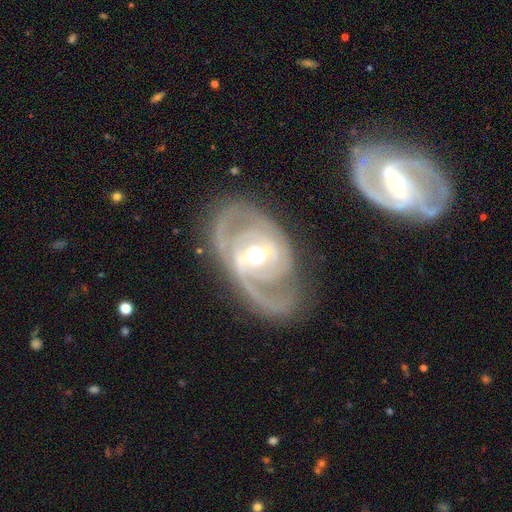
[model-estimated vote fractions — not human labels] smooth-or-featured: featured or disk: 87% | smooth: 9% | star or artifact: 5%
  disk-edge-on: no: 95% | yes: 5%
    bar: weak: 38% | strong: 37% | no: 24%
    has-spiral-arms: yes: 84% | no: 16%
      spiral-winding: tight: 42% | medium: 41% | loose: 17%
      spiral-arm-count: 2: 73% | can't tell: 12% | 1: 6% | 3: 5% | 4: 2% | more than 4: 2%
    bulge-size: moderate: 70% | small: 16% | large: 12% | dominant: 1% | none: 1%
  merging: none: 74% | minor disturbance: 15% | major disturbance: 10% | merger: 2%